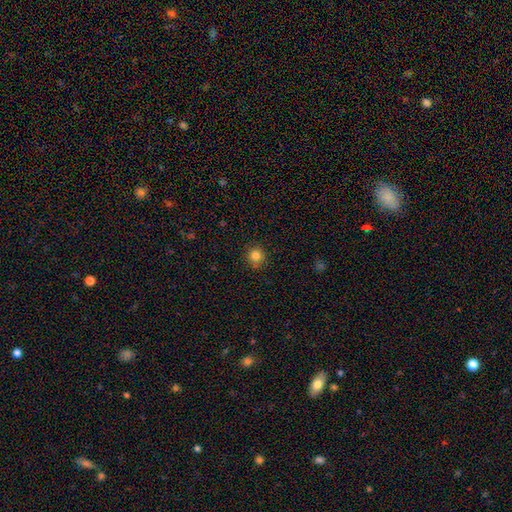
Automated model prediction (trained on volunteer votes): Smooth or featured? Predicted: smooth (p=0.83). How rounded? Predicted: round (p=0.91). Merging? Predicted: none (p=0.87).